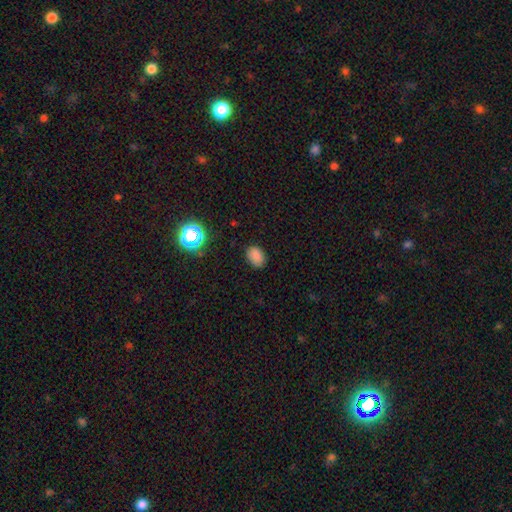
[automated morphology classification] smooth_or_featured: smooth (p=0.82) [alt: star or artifact p=0.14]
how_rounded: in between (p=0.76) [alt: round p=0.23]
merging: none (p=0.83) [alt: minor disturbance p=0.13]